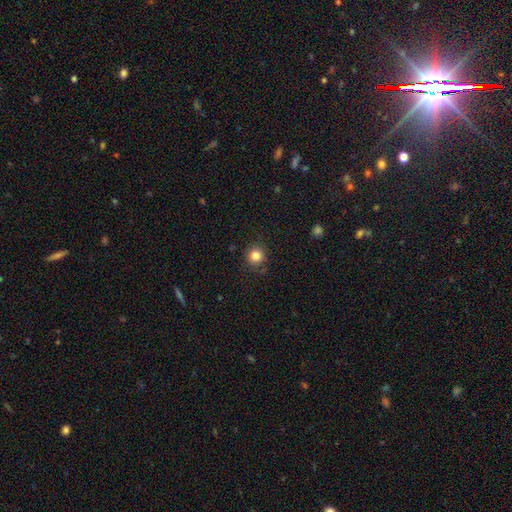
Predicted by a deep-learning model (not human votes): This is clearly a smooth galaxy (83%). How rounded: clearly round (92%). Merging: clearly none (88%).